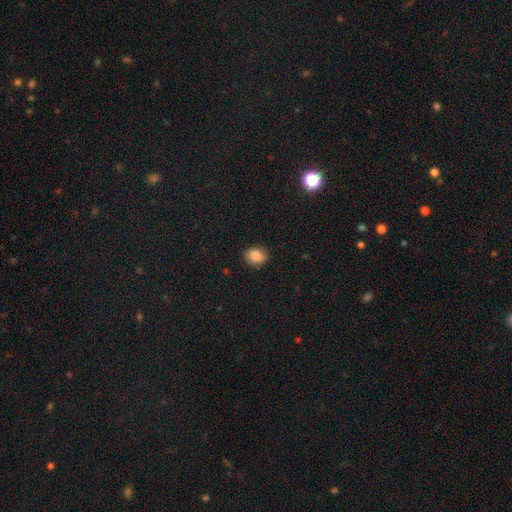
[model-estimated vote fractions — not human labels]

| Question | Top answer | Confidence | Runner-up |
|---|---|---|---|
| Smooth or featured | smooth | 85% | star or artifact (9%) |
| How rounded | round | 52% | in between (47%) |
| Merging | none | 81% | minor disturbance (15%) |